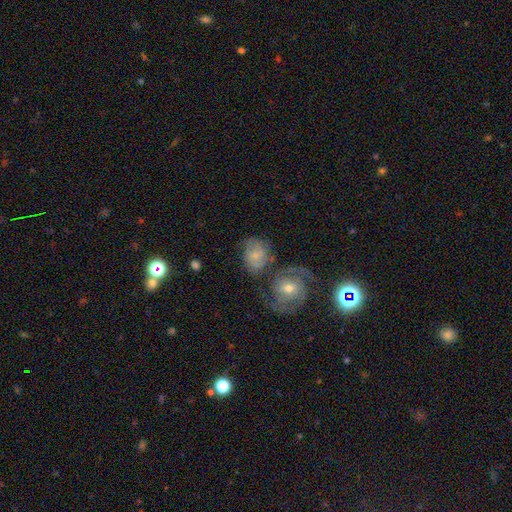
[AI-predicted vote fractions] Smooth or featured? featured or disk (51%)
Edge-on disk? no (97%)
Merging? none (46%)